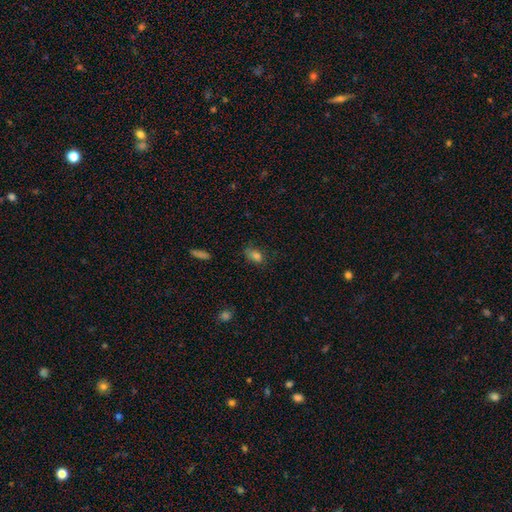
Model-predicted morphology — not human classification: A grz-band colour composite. It shows a smooth galaxy with no disk features (78%) that is in between round and cigar-shaped (81%). Merging: none (65%).